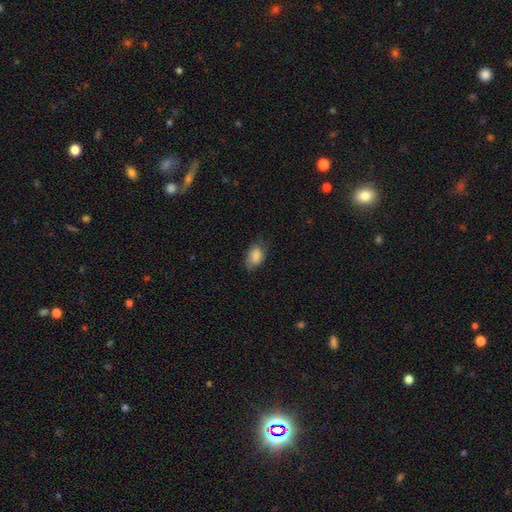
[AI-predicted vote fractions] A smooth galaxy with no disk features (81%) that is in between round and cigar-shaped (89%).

Vote fractions:
- Smooth or featured? smooth: 81% / featured or disk: 12% / star or artifact: 7%
- How rounded? in between: 89% / round: 9% / cigar-shaped: 2%
- Merging? none: 65% / minor disturbance: 26% / major disturbance: 7% / merger: 1%